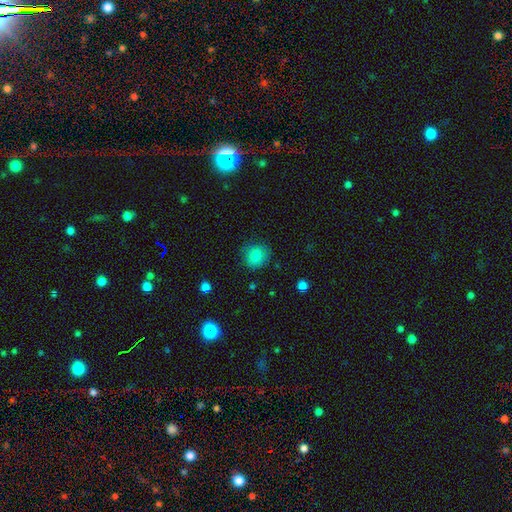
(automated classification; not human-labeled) This is clearly a smooth galaxy (84%). How rounded: clearly round (84%). Merging: clearly none (82%).